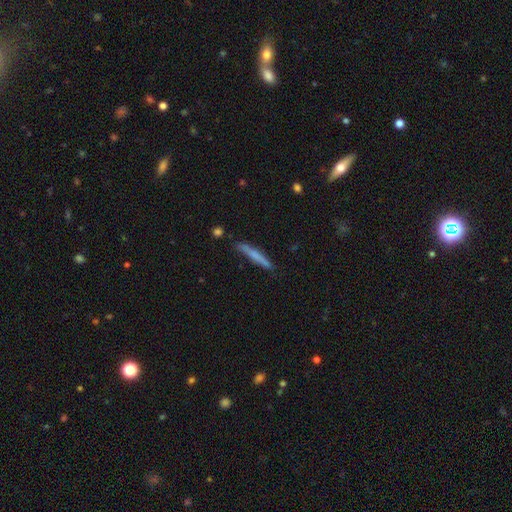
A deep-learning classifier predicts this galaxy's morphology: This is likely a smooth galaxy (62%). How rounded: clearly cigar-shaped (95%). Merging: clearly none (84%).